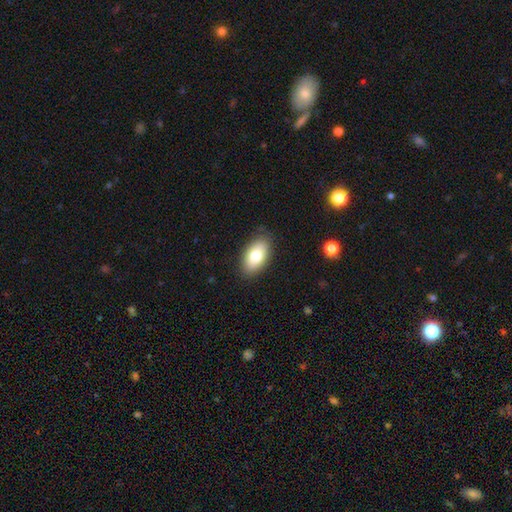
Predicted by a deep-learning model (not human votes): Smooth or featured?
  - smooth: 76% *
  - featured or disk: 17%
  - star or artifact: 7%
How rounded?
  - in between: 93% *
  - round: 5%
  - cigar-shaped: 2%
Merging?
  - none: 85% *
  - minor disturbance: 11%
  - major disturbance: 3%
  - merger: 1%